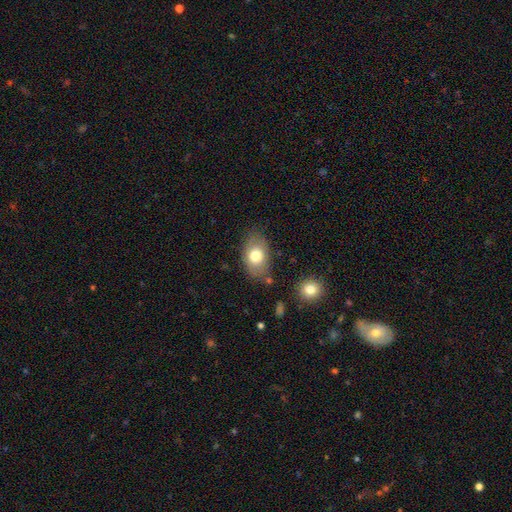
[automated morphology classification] This is likely a smooth galaxy (75%). How rounded: clearly in between (83%). Merging: likely none (72%).